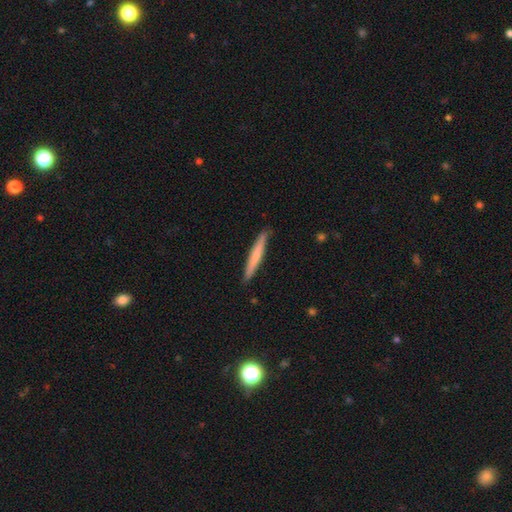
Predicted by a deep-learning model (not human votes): This appears to be a smooth galaxy with no disk features (65%) that is cigar-shaped (96%). Merging: none (89%).